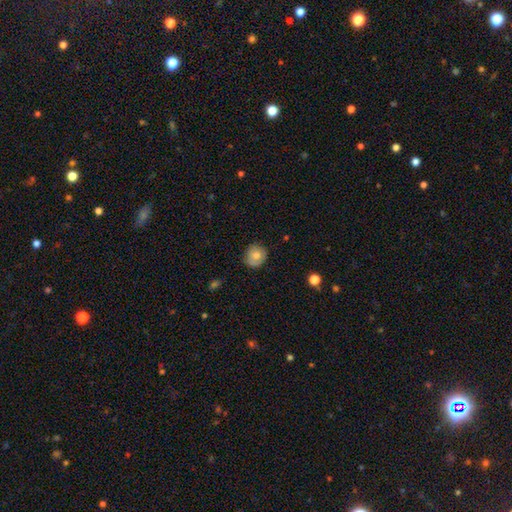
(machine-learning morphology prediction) Smooth or featured?
  - smooth: 74% *
  - featured or disk: 18%
  - star or artifact: 8%
How rounded?
  - round: 86% *
  - in between: 13%
  - cigar-shaped: 1%
Merging?
  - none: 80% *
  - minor disturbance: 16%
  - major disturbance: 3%
  - merger: 1%